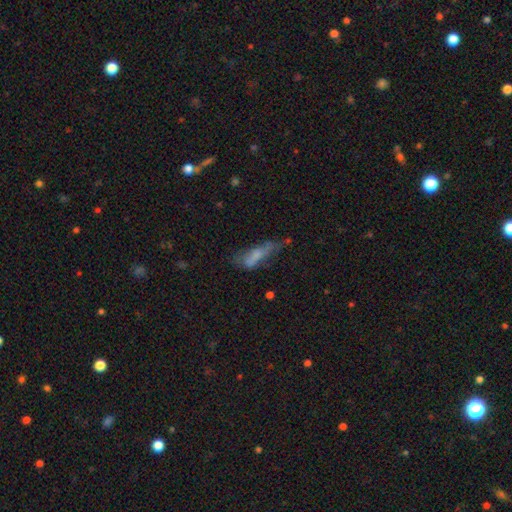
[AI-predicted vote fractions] smooth-or-featured: smooth: 55% | featured or disk: 33% | star or artifact: 12%
  how-rounded: cigar-shaped: 56% | in between: 41% | round: 3%
  merging: none: 33% | major disturbance: 32% | minor disturbance: 28% | merger: 7%